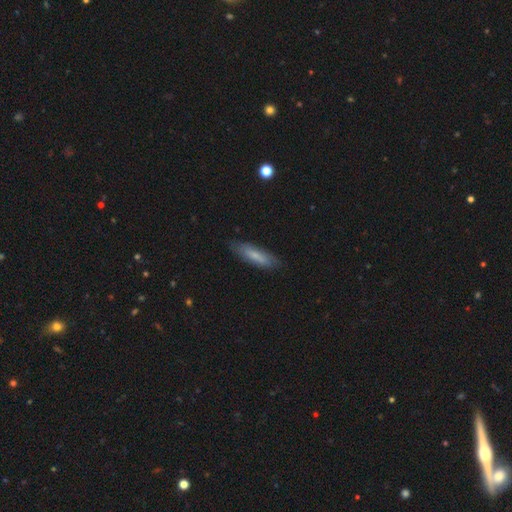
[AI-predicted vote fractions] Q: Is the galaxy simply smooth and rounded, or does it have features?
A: smooth — 72%.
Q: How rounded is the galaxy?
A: cigar-shaped — 62%.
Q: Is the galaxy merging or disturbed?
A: none — 82%.